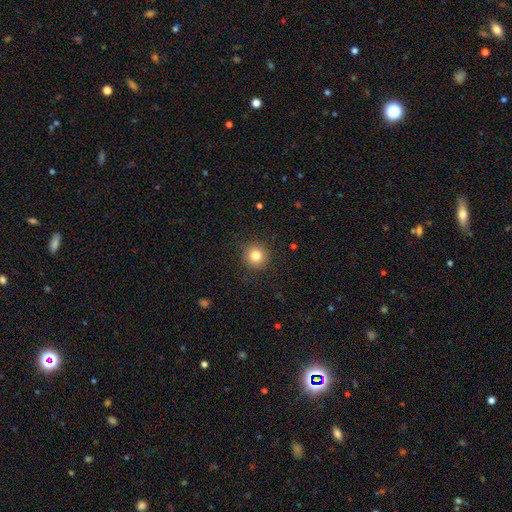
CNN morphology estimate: The model was most divided on "smooth or featured": smooth: 82%, star or artifact: 11%, featured or disk: 7%. More confident: how rounded — round (95%); merging — none (91%).